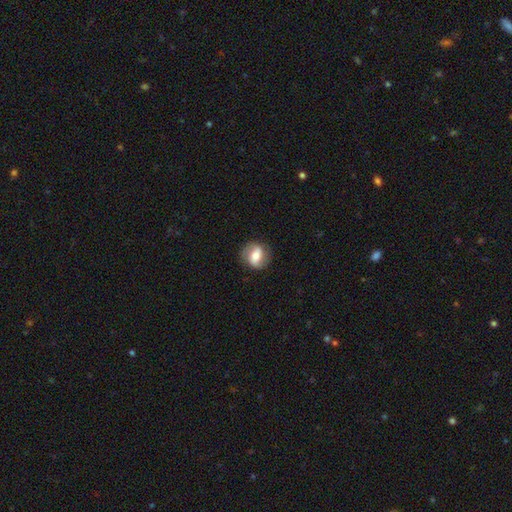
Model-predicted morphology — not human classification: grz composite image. It shows a featured or disk galaxy (51%). Merging: none (82%).